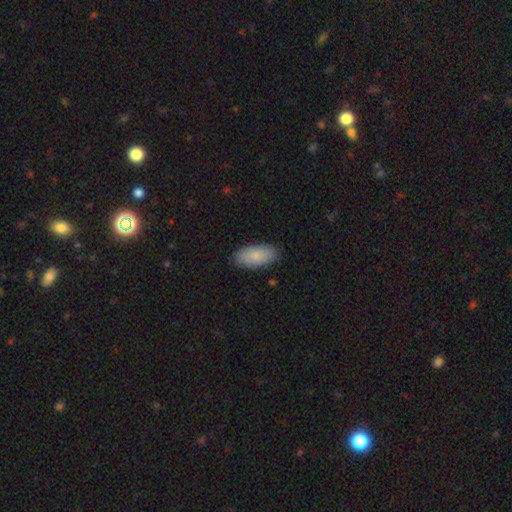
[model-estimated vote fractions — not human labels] A smooth galaxy with no disk features (85%) that is in between round and cigar-shaped (91%). Merging: none (87%).